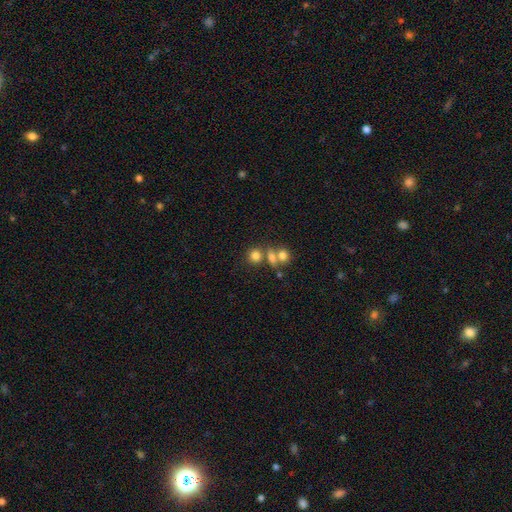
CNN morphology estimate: smooth 77%, star or artifact 14%, featured or disk 9%. Down the decision tree: how rounded — round (81%); merging — none (55%).